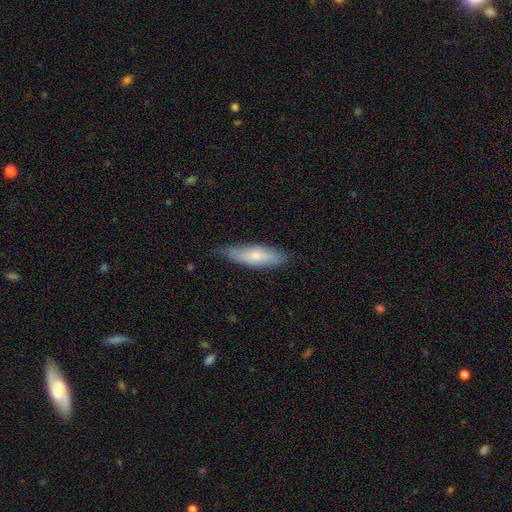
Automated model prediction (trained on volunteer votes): A smooth galaxy with no disk features (70%) that is in between round and cigar-shaped (51%).

Vote fractions:
- Smooth or featured? smooth: 70% / featured or disk: 24% / star or artifact: 6%
- How rounded? in between: 51% / cigar-shaped: 47% / round: 2%
- Merging? none: 72% / minor disturbance: 23% / major disturbance: 4% / merger: 1%